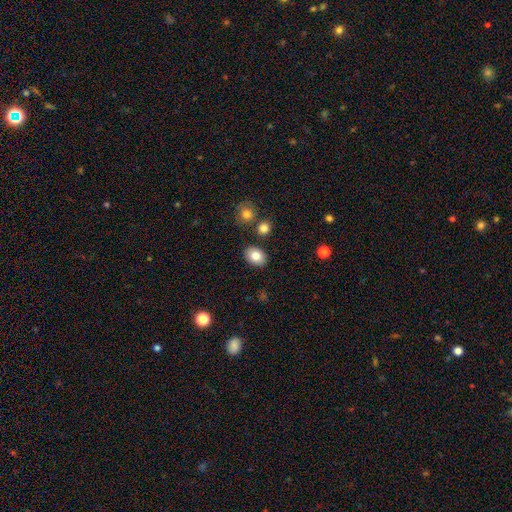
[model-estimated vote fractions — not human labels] This is clearly a smooth galaxy (83%). How rounded: likely in between (68%). Merging: clearly none (85%).